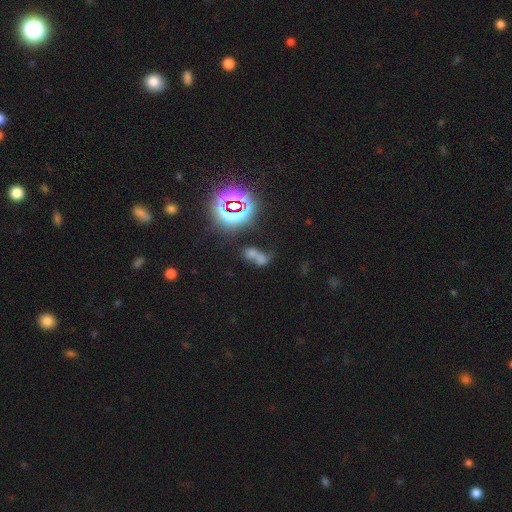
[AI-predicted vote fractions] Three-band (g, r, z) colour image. It shows a smooth galaxy with no disk features (48%). Merging: merger (59%).